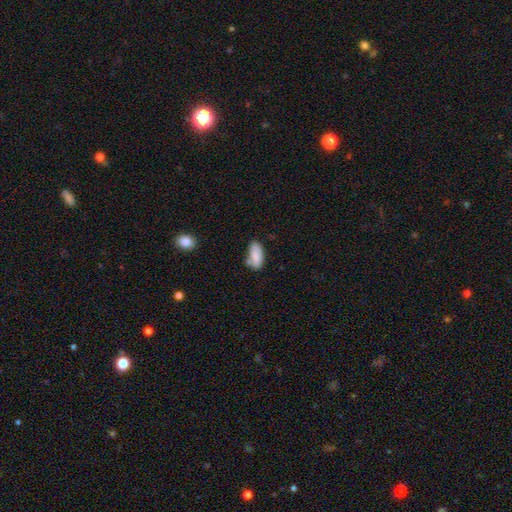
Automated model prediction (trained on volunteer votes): smooth-or-featured: smooth: 85% | featured or disk: 8% | star or artifact: 7%
  how-rounded: in between: 87% | cigar-shaped: 10% | round: 2%
  merging: none: 61% | minor disturbance: 22% | merger: 12% | major disturbance: 5%